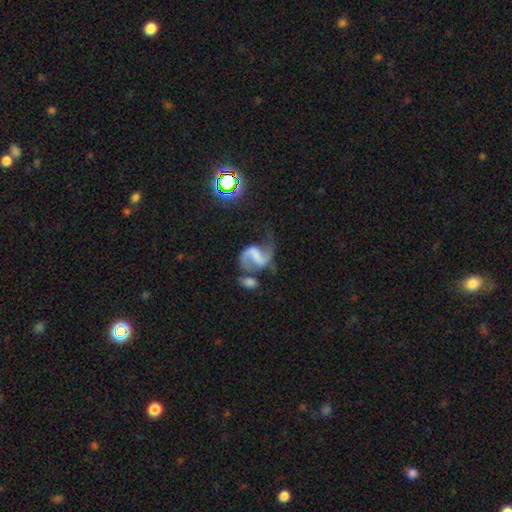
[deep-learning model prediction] The model was most divided on "bar": weak: 41%, strong: 36%, no: 23%. Remaining: edge-on disk — no (98%); spiral arms — yes (92%); spiral arm count — 2 (85%); smooth or featured — featured or disk (80%); spiral winding — loose (59%); bulge size — none (56%); merging — none (38%).